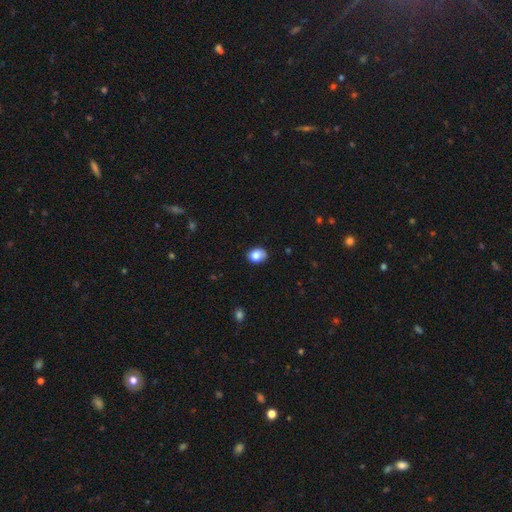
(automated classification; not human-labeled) This is clearly a smooth galaxy (82%). How rounded: likely in between (61%). Merging: likely none (76%).